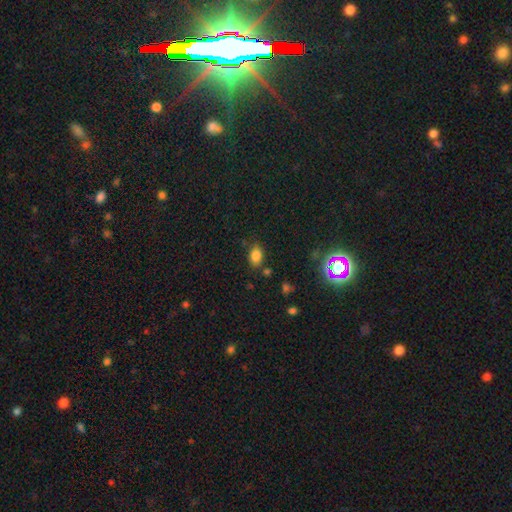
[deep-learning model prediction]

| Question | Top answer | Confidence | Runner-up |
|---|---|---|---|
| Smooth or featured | smooth | 81% | star or artifact (12%) |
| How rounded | in between | 83% | round (15%) |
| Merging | none | 77% | minor disturbance (14%) |